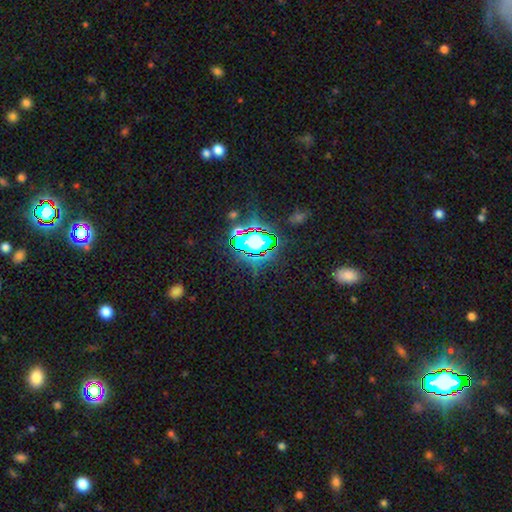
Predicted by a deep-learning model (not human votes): This appears to be a star or artifact, not a galaxy (81%).